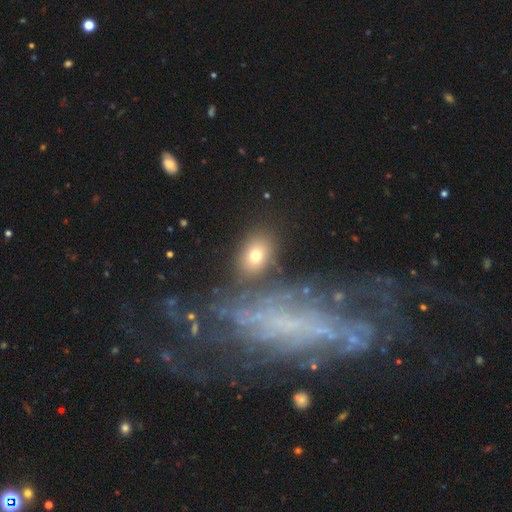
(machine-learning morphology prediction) A smooth galaxy with no disk features (69%) that is in between round and cigar-shaped (71%). Merging: none (76%).